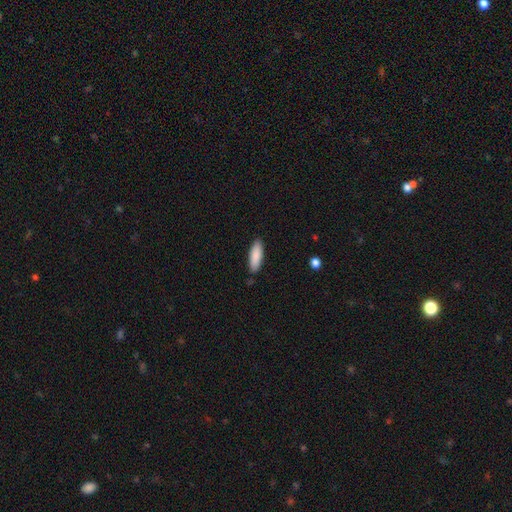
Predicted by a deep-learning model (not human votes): Smooth or featured? smooth (88%)
How rounded? in between (58%)
Merging? none (87%)